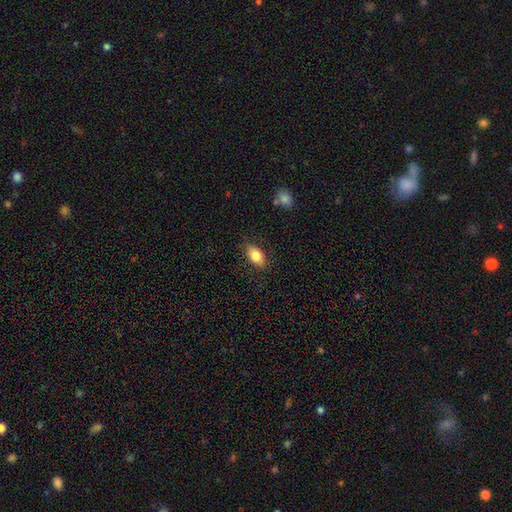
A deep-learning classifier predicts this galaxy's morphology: smooth 84%, featured or disk 9%, star or artifact 7%. Down the decision tree: how rounded — in between (91%); merging — none (85%).